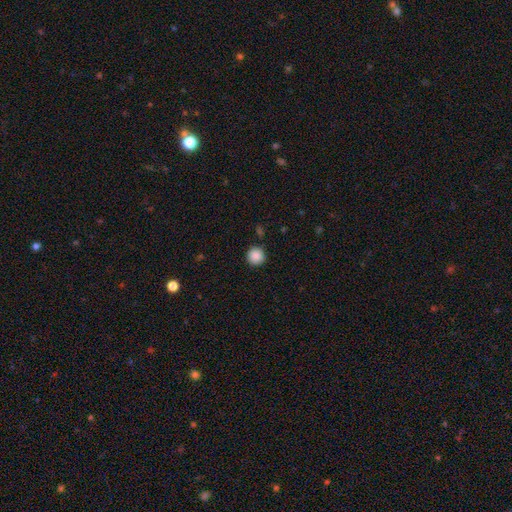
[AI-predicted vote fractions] smooth 88%, star or artifact 9%, featured or disk 3%. Down the decision tree: how rounded — round (95%); merging — none (90%).